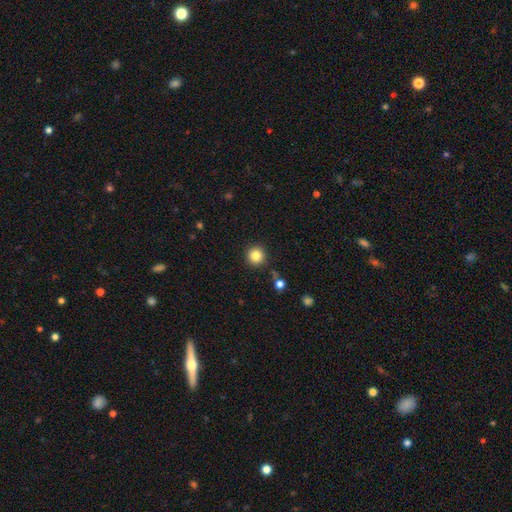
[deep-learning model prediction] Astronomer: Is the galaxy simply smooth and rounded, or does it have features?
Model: smooth — 84%.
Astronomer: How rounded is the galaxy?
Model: round — 95%.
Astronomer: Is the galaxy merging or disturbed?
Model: none — 89%.